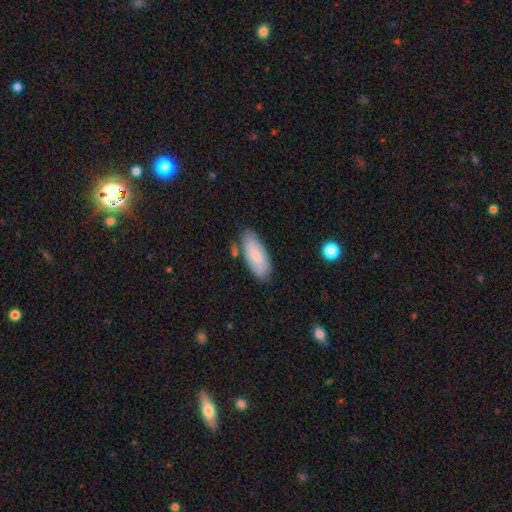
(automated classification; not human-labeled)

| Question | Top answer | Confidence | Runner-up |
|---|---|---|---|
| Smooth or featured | smooth | 76% | featured or disk (18%) |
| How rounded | in between | 80% | cigar-shaped (18%) |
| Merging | none | 76% | minor disturbance (16%) |